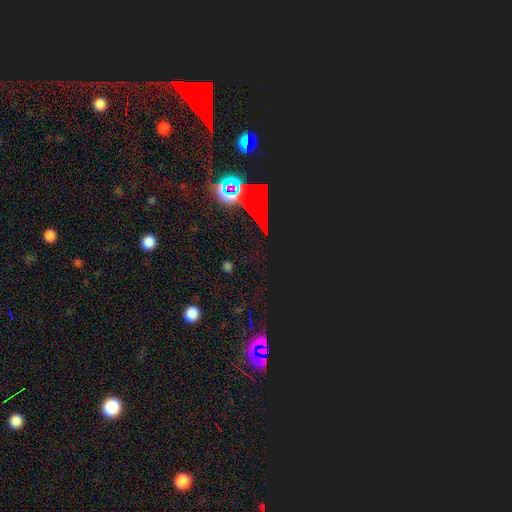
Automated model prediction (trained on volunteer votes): A star or artifact, not a galaxy (75%).